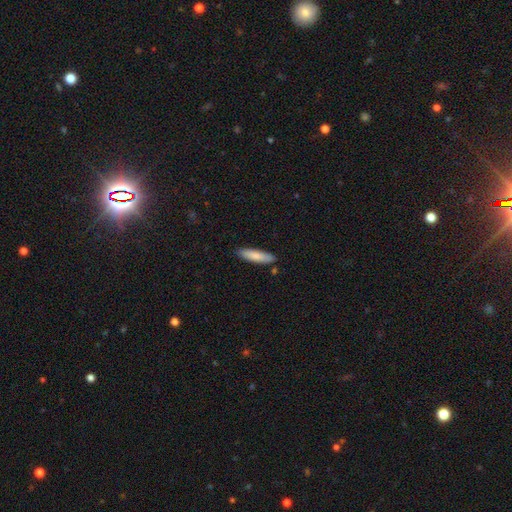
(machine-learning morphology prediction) smooth_or_featured: smooth (p=0.82) [alt: featured or disk p=0.13]
how_rounded: cigar-shaped (p=0.71) [alt: in between p=0.28]
merging: none (p=0.85) [alt: minor disturbance p=0.11]